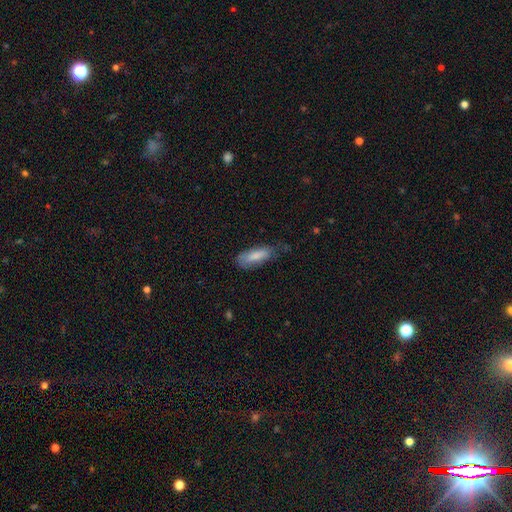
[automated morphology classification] smooth-or-featured: smooth: 78% | featured or disk: 16% | star or artifact: 6%
  how-rounded: in between: 68% | cigar-shaped: 31% | round: 2%
  merging: none: 57% | minor disturbance: 32% | major disturbance: 10% | merger: 2%